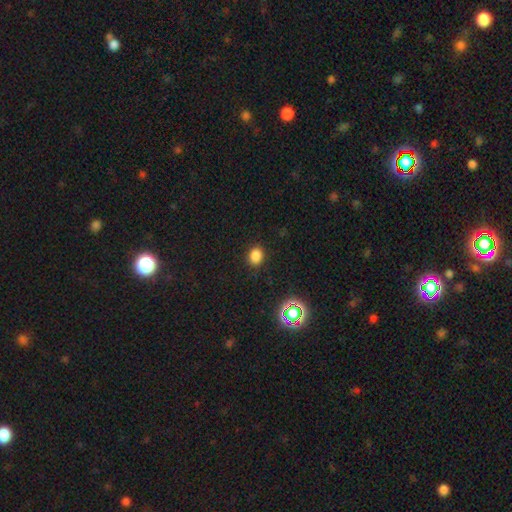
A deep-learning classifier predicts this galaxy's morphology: Smooth or featured: smooth — 81% (star or artifact — 15%)
How rounded: round — 54% (in between — 45%)
Merging: none — 87% (minor disturbance — 9%)